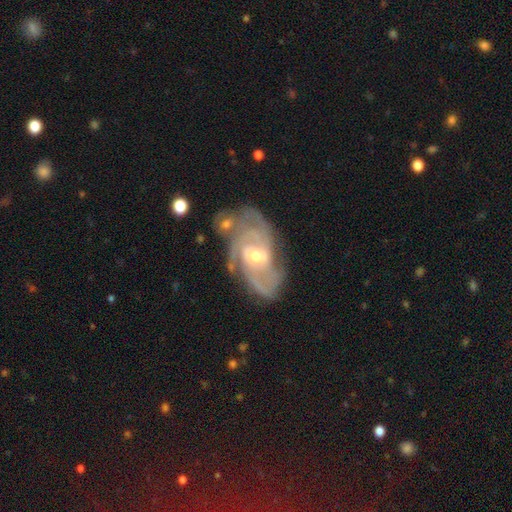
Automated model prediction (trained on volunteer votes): A featured or disk galaxy (88%) with a weak bar (45%), 2 (34%) tight (47%) spiral arms (96%) and a moderate central bulge (53%). Merging: none (56%).